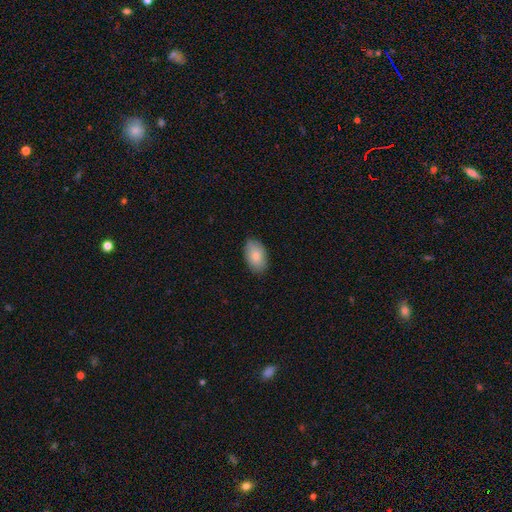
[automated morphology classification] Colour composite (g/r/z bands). It shows a smooth galaxy with no disk features (82%) that is in between round and cigar-shaped (92%). Merging: none (84%).